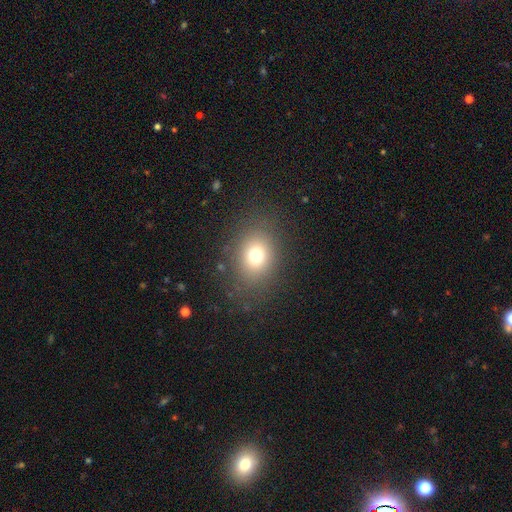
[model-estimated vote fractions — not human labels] Smooth or featured? Predicted: smooth (p=0.73). How rounded? Predicted: round (p=0.52). Merging? Predicted: none (p=0.83).